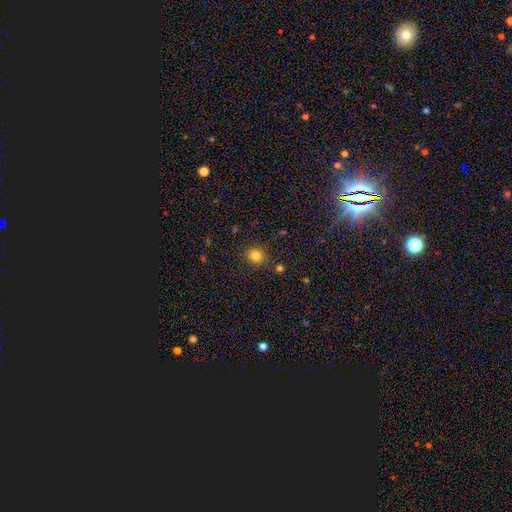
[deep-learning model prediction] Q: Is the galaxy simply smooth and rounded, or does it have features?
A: smooth — 82%.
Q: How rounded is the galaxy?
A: round — 68%.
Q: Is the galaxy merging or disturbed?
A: none — 85%.